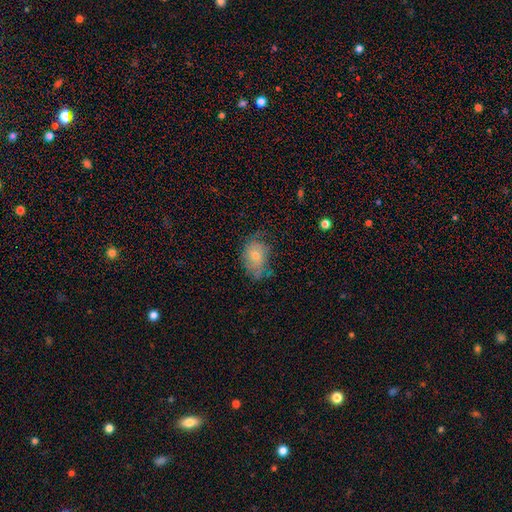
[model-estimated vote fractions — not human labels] A smooth galaxy with no disk features (59%) that is in between round and cigar-shaped (74%).

Vote fractions:
- Smooth or featured? smooth: 59% / featured or disk: 31% / star or artifact: 9%
- How rounded? in between: 74% / round: 24% / cigar-shaped: 1%
- Merging? none: 50% / minor disturbance: 33% / major disturbance: 16% / merger: 2%